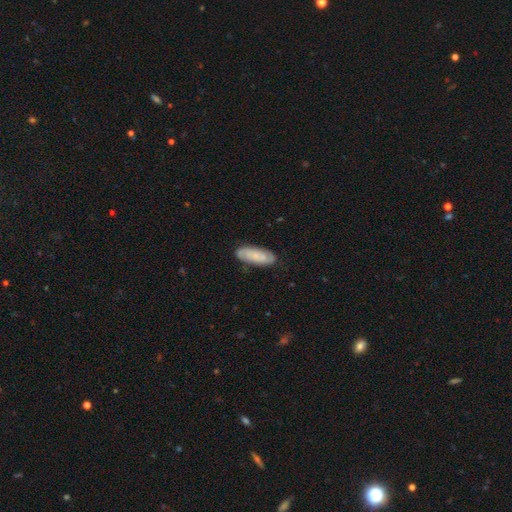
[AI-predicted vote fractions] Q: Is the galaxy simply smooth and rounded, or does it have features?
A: smooth — 57%.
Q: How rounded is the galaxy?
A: in between — 66%.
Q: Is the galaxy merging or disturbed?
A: none — 81%.